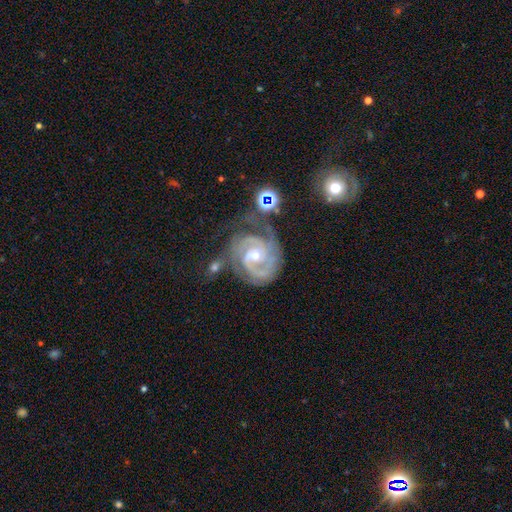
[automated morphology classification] A featured or disk galaxy (91%) with no bar (46%), 2 (50%) tight (63%) spiral arms (98%) and a small central bulge (49%).

Vote fractions:
- Smooth or featured? featured or disk: 91% / star or artifact: 5% / smooth: 3%
- Edge-on disk? no: 98% / yes: 2%
- Bar? no: 46% / weak: 40% / strong: 14%
- Spiral arms? yes: 98% / no: 2%
- Spiral winding? tight: 63% / medium: 32% / loose: 5%
- Spiral arm count? 2: 50% / 3: 28% / can't tell: 10% / 4: 5% / 1: 4% / more than 4: 4%
- Bulge size? small: 49% / moderate: 48% / large: 1% / none: 1% / dominant: 1%
- Merging? none: 54% / minor disturbance: 23% / major disturbance: 15% / merger: 8%